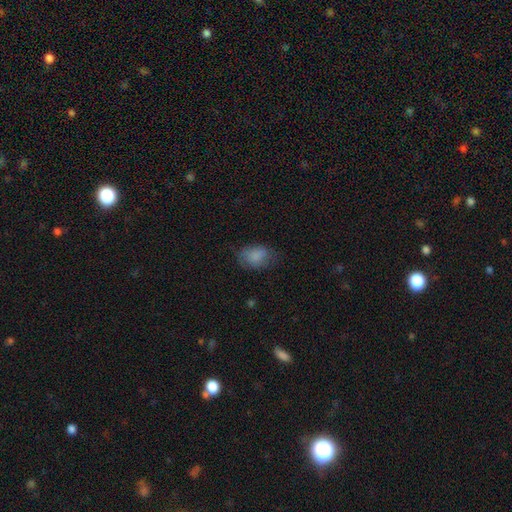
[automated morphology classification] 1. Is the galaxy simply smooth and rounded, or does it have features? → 81% smooth, 11% featured or disk, 9% star or artifact.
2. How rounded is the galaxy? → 82% in between, 16% round, 1% cigar-shaped.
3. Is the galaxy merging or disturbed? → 59% none, 28% minor disturbance, 11% major disturbance, 1% merger.